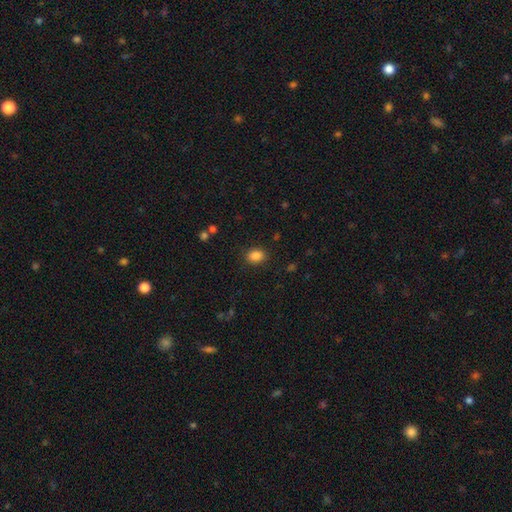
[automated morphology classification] type=smooth (85%); roundness=in between (58%); merging=none (87%).